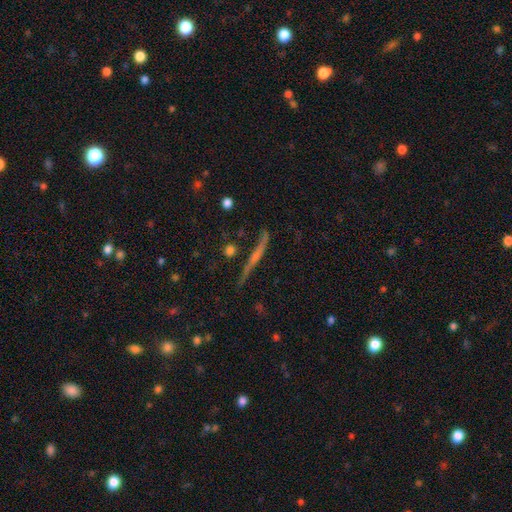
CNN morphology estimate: smooth-or-featured: featured or disk: 68% | smooth: 21% | star or artifact: 12%
  disk-edge-on: yes: 95% | no: 5%
    edge-on-bulge: rounded: 51% | none: 39% | boxy: 10%
  merging: none: 79% | minor disturbance: 14% | major disturbance: 4% | merger: 4%